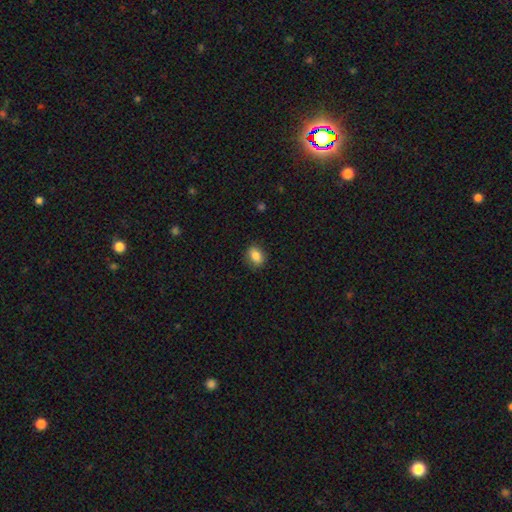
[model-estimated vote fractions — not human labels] This appears to be a smooth galaxy with no disk features (86%) that is in between round and cigar-shaped (75%). Merging: none (87%).